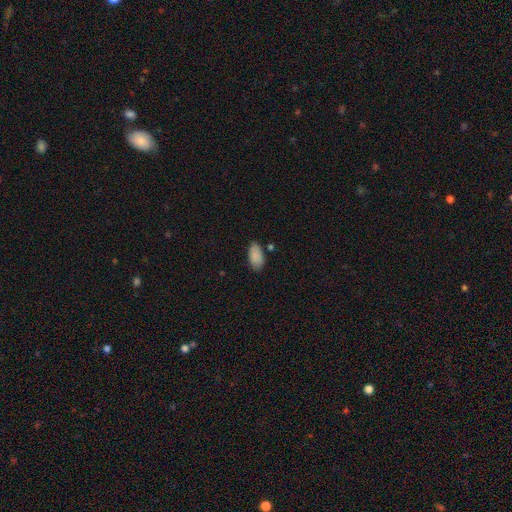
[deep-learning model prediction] Smooth or featured? Predicted: smooth (p=0.88). How rounded? Predicted: in between (p=0.94). Merging? Predicted: none (p=0.76).